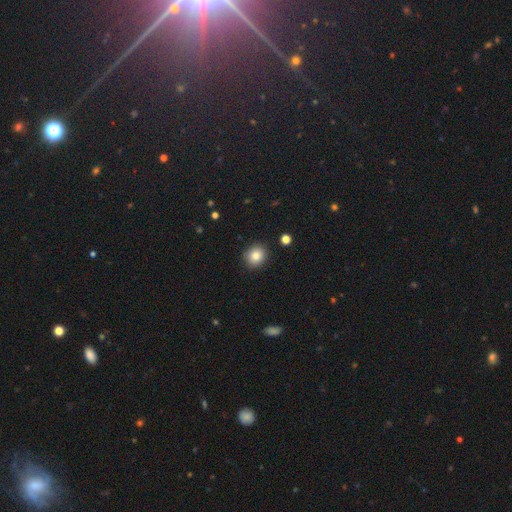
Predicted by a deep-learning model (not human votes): Smooth or featured: smooth — 83% (star or artifact — 10%)
How rounded: round — 74% (in between — 25%)
Merging: none — 89% (minor disturbance — 7%)